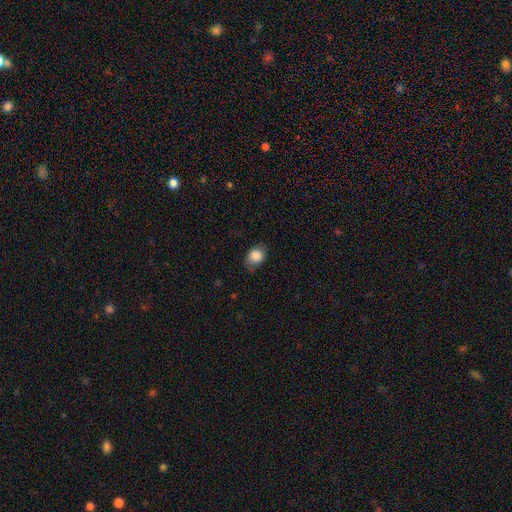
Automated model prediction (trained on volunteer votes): The model was most divided on "how rounded": in between: 50%, round: 49%, cigar-shaped: 1%. More confident: smooth or featured — smooth (83%); merging — none (60%).